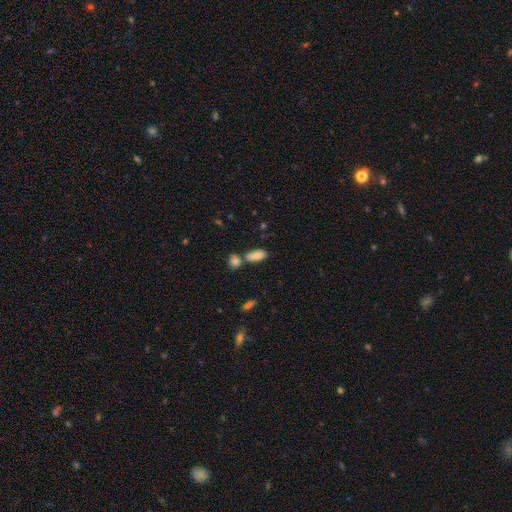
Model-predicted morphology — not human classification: type=smooth (86%); roundness=in between (87%); merging=none (59%).